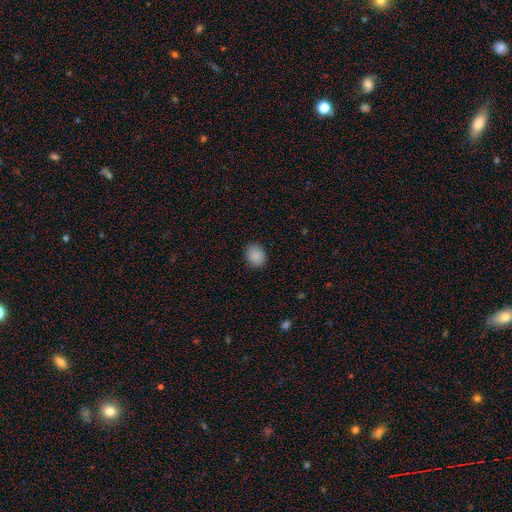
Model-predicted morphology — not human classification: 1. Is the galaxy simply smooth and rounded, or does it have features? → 88% smooth, 8% star or artifact, 4% featured or disk.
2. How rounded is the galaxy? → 54% round, 45% in between, 1% cigar-shaped.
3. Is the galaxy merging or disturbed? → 86% none, 11% minor disturbance, 2% major disturbance, 1% merger.